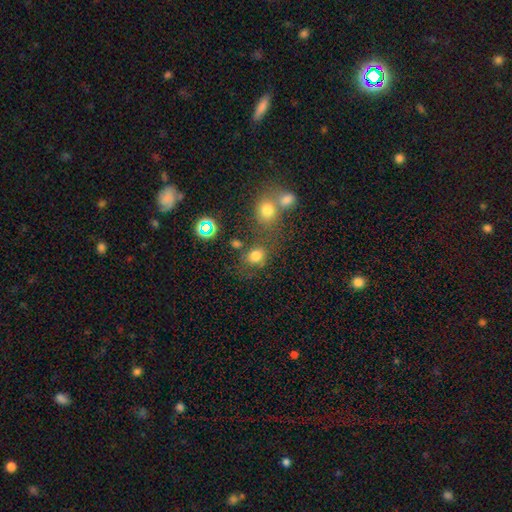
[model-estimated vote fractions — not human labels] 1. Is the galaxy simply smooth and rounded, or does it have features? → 74% smooth, 17% star or artifact, 9% featured or disk.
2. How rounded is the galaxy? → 57% round, 42% in between, 1% cigar-shaped.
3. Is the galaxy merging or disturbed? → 56% none, 22% merger, 14% minor disturbance, 8% major disturbance.